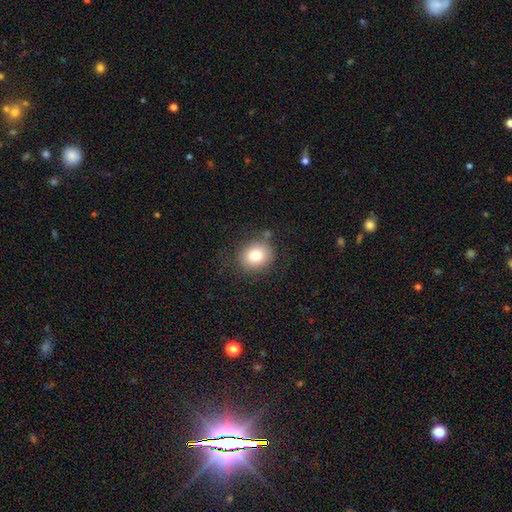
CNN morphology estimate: A smooth galaxy with no disk features (80%) that is round (73%).

Vote fractions:
- Smooth or featured? smooth: 80% / star or artifact: 10% / featured or disk: 10%
- How rounded? round: 73% / in between: 26% / cigar-shaped: 1%
- Merging? none: 80% / minor disturbance: 13% / major disturbance: 4% / merger: 3%